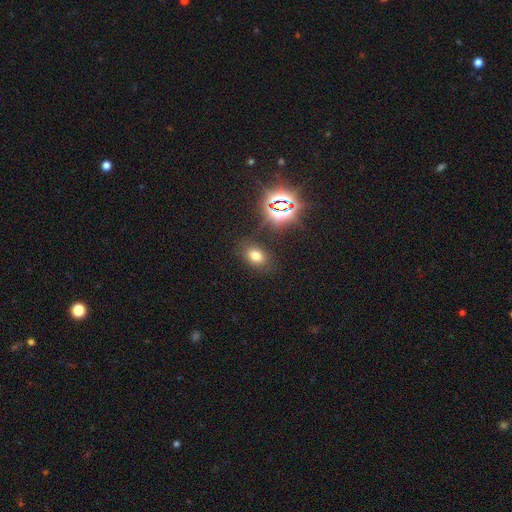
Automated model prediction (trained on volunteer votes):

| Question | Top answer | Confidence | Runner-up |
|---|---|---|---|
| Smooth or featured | smooth | 66% | star or artifact (24%) |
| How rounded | in between | 72% | round (27%) |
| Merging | none | 83% | minor disturbance (11%) |